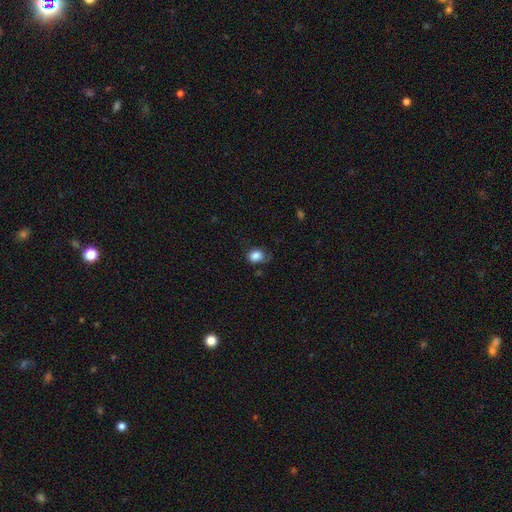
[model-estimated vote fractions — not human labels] A smooth galaxy with no disk features (85%) that is in between round and cigar-shaped (58%). Merging: none (57%).